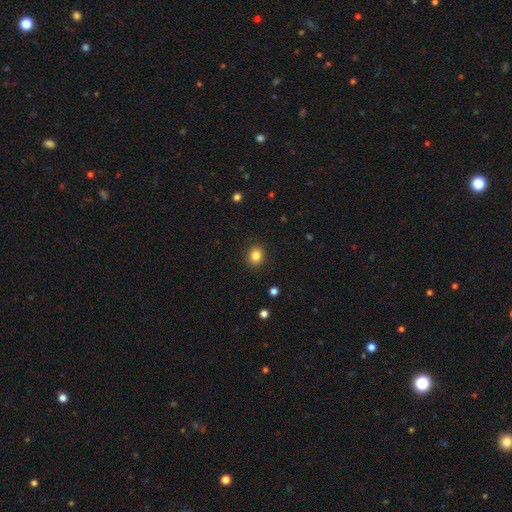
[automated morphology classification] Overall: smooth (84%). How rounded: round (71%). Merging: none (90%).